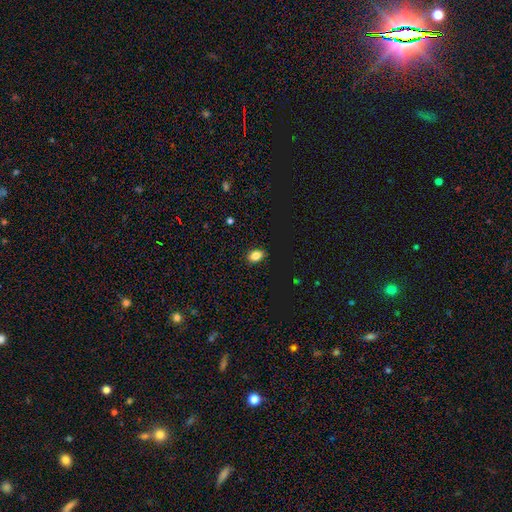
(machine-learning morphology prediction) smooth 84%, star or artifact 11%, featured or disk 6%. Down the decision tree: how rounded — in between (80%); merging — none (87%).